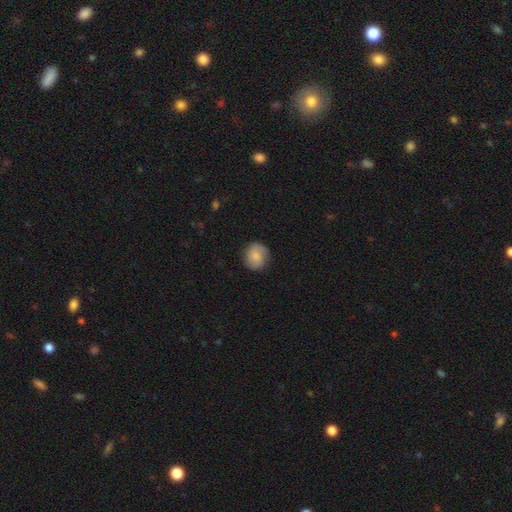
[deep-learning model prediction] smooth 69%, featured or disk 23%, star or artifact 8%. Down the decision tree: how rounded — round (83%); merging — none (79%).